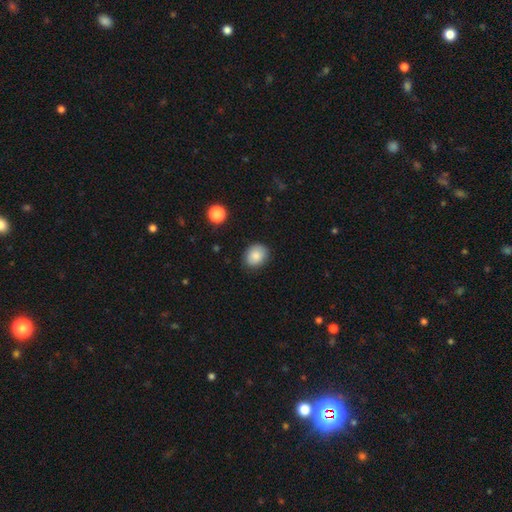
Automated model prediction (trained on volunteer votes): Smooth or featured?
  - smooth: 84% *
  - star or artifact: 8%
  - featured or disk: 8%
How rounded?
  - round: 53% *
  - in between: 47%
  - cigar-shaped: 1%
Merging?
  - none: 83% *
  - minor disturbance: 13%
  - major disturbance: 3%
  - merger: 1%